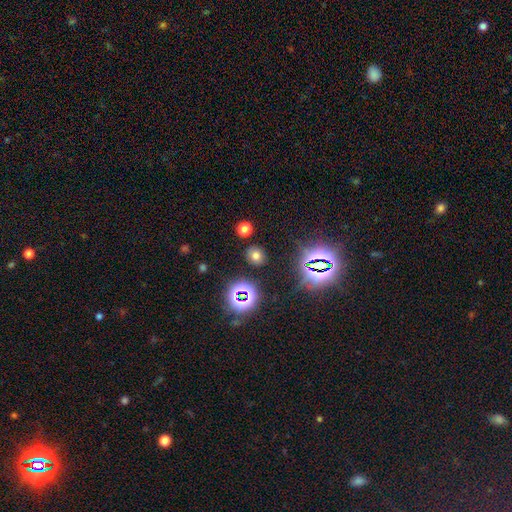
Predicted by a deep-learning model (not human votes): Overall: smooth (65%; star or artifact 27%). How rounded: round (71%). Merging: none (87%).